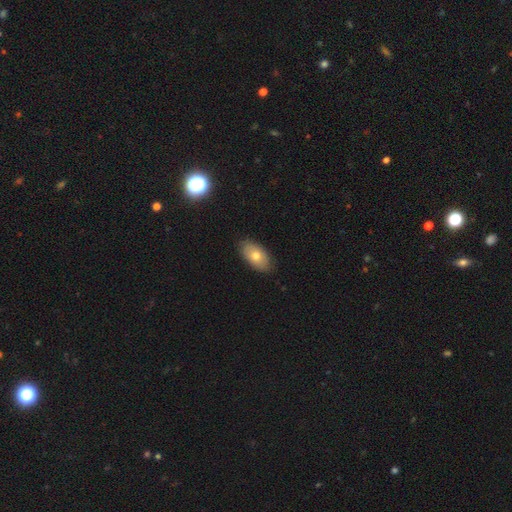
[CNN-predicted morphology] Smooth or featured: smooth — 69% (featured or disk — 24%)
How rounded: in between — 93% (round — 5%)
Merging: none — 83% (minor disturbance — 13%)